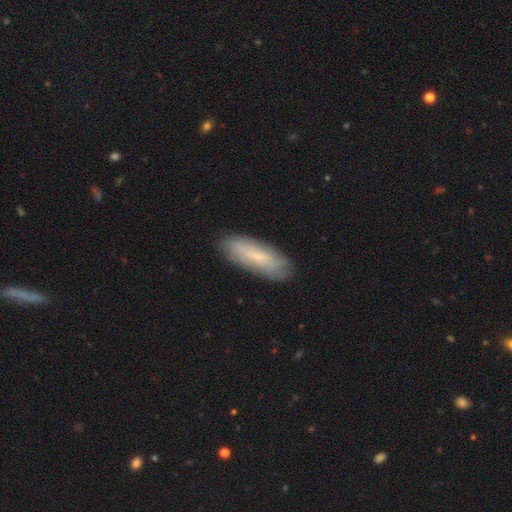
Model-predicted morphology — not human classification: Smooth or featured? Predicted: smooth (p=0.63). How rounded? Predicted: in between (p=0.54). Merging? Predicted: none (p=0.84).